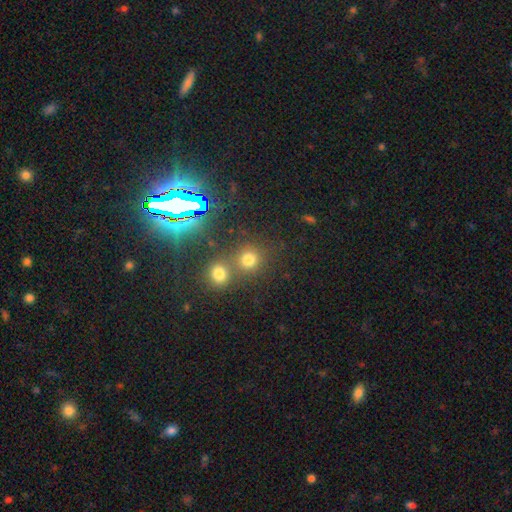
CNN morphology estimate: type=star or artifact (51%).